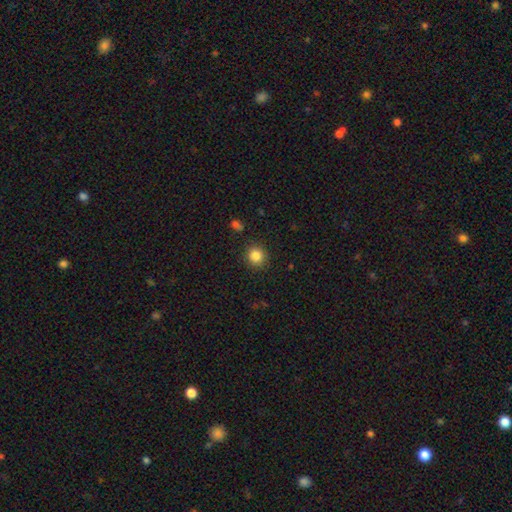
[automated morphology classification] This is clearly a smooth galaxy (85%). How rounded: clearly round (90%). Merging: clearly none (89%).